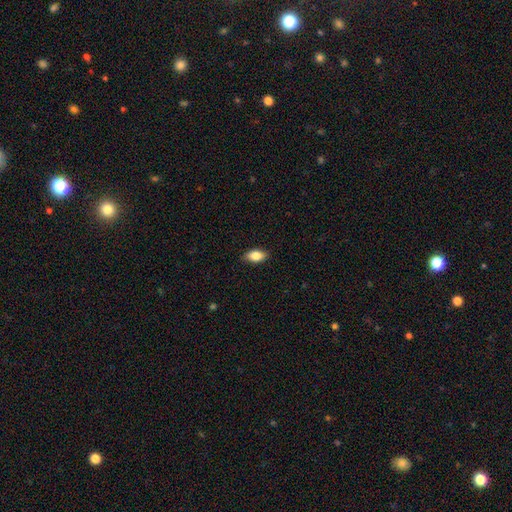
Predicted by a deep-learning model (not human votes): Q: Smooth or featured?
A: smooth (83%); runner-up: featured or disk (10%)
Q: How rounded?
A: in between (89%); runner-up: round (6%)
Q: Merging?
A: none (87%); runner-up: minor disturbance (10%)